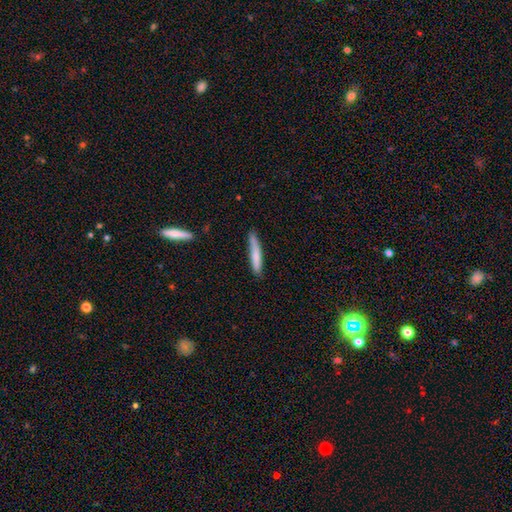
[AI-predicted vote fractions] A smooth galaxy with no disk features (76%) that is cigar-shaped (93%). Merging: none (80%).